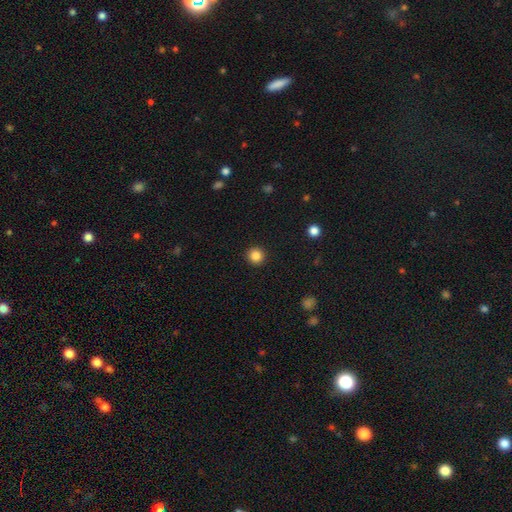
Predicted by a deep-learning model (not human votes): Overall: smooth (85%). How rounded: round (95%). Merging: none (93%).